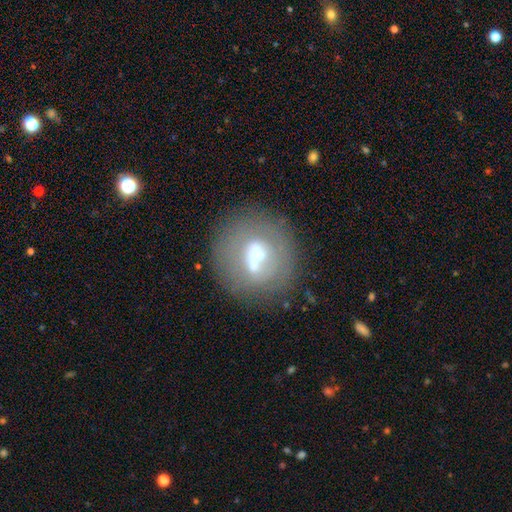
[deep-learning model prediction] A featured or disk galaxy (46%).

Vote fractions:
- Smooth or featured? featured or disk: 46% / smooth: 43% / star or artifact: 11%
- Merging? none: 65% / minor disturbance: 16% / major disturbance: 11% / merger: 8%